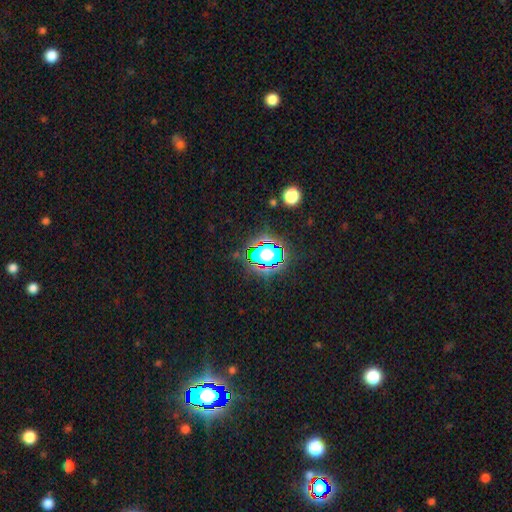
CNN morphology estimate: Q: Smooth or featured?
A: star or artifact (80%); runner-up: smooth (13%)